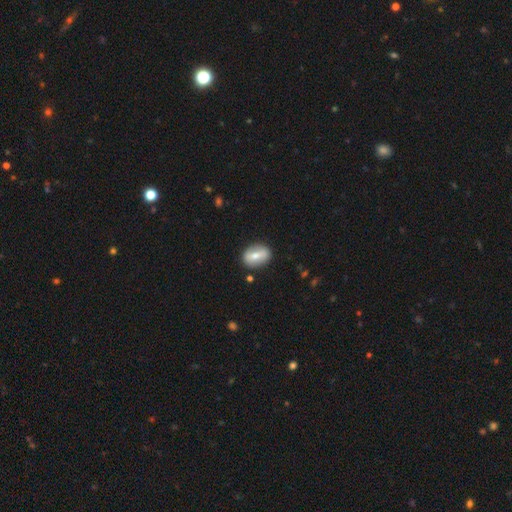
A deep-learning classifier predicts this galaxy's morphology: The model was most divided on "smooth or featured": smooth: 52%, featured or disk: 41%, star or artifact: 6%. More confident: merging — none (84%); how rounded — in between (75%).